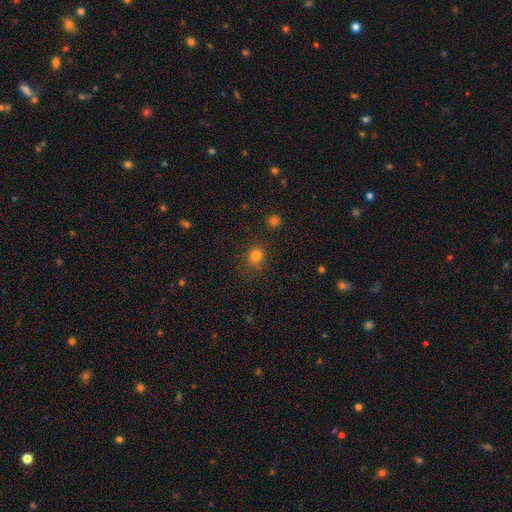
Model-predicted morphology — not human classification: Smooth or featured: smooth — 79% (star or artifact — 16%)
How rounded: round — 74% (in between — 25%)
Merging: none — 80% (minor disturbance — 13%)